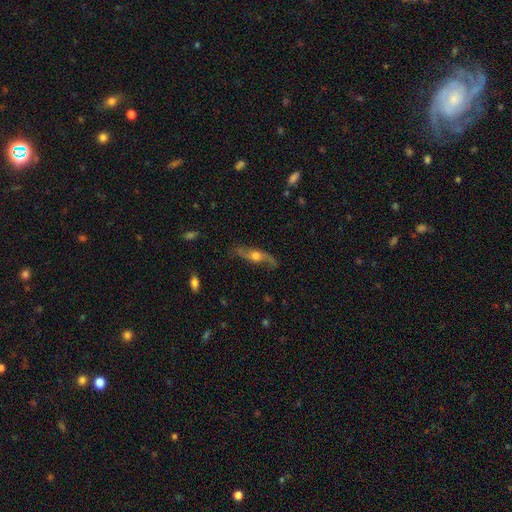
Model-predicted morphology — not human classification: Q: Smooth or featured?
A: featured or disk (72%); runner-up: smooth (21%)
Q: Edge-on disk?
A: no (55%); runner-up: yes (45%)
Q: Merging?
A: none (72%); runner-up: minor disturbance (18%)